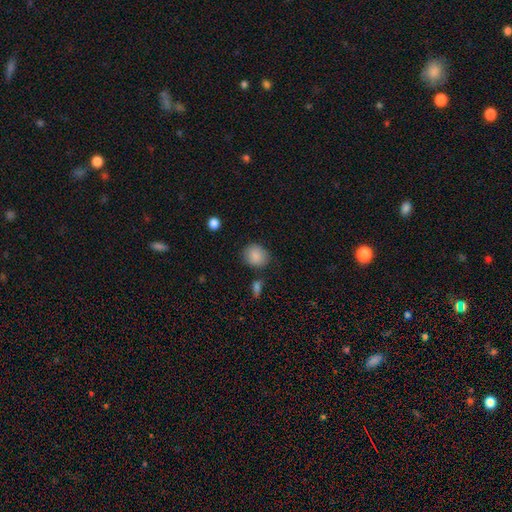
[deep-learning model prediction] smooth-or-featured: smooth: 86% | star or artifact: 8% | featured or disk: 6%
  how-rounded: round: 69% | in between: 30% | cigar-shaped: 1%
  merging: none: 76% | minor disturbance: 16% | major disturbance: 4% | merger: 4%